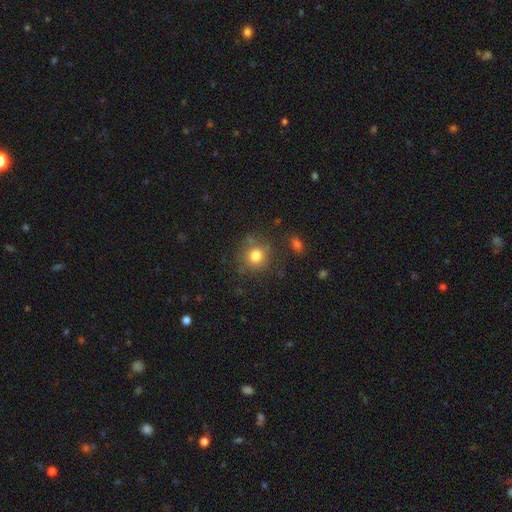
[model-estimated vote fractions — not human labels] Smooth or featured? Predicted: smooth (p=0.78). How rounded? Predicted: round (p=0.90). Merging? Predicted: none (p=0.77).